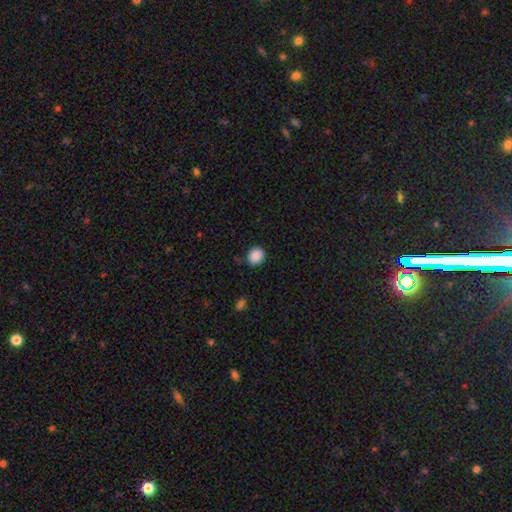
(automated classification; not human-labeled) This appears to be a smooth galaxy with no disk features (88%) that is round (82%). Merging: none (85%).